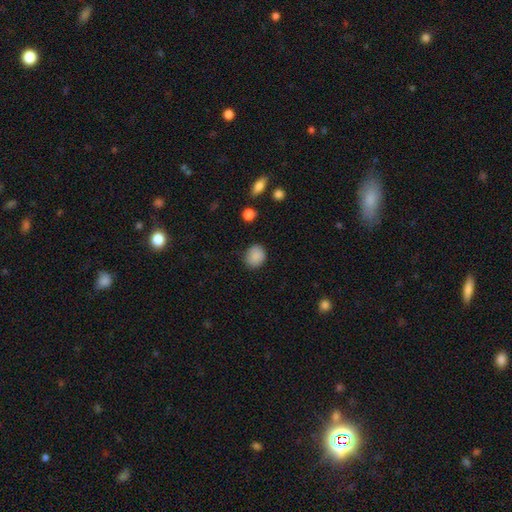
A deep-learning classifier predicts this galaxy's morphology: This appears to be a smooth galaxy with no disk features (88%) that is round (74%). Merging: none (86%).